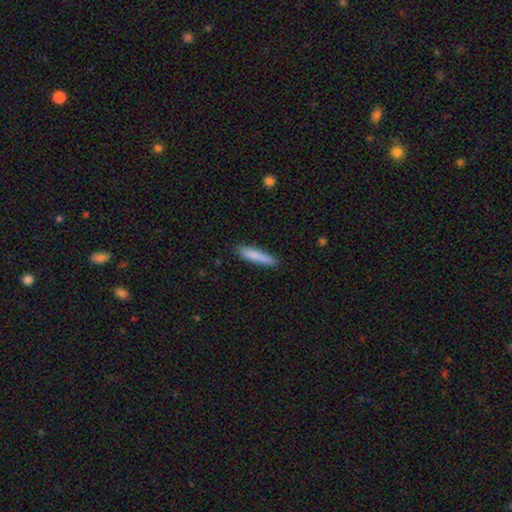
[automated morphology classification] A smooth galaxy with no disk features (83%) that is cigar-shaped (88%). Merging: none (86%).